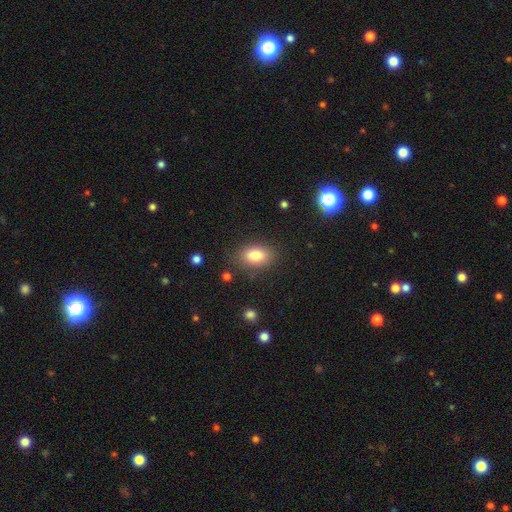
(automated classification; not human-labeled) smooth_or_featured: smooth (p=0.82) [alt: star or artifact p=0.09]
how_rounded: in between (p=0.84) [alt: round p=0.14]
merging: none (p=0.83) [alt: minor disturbance p=0.12]